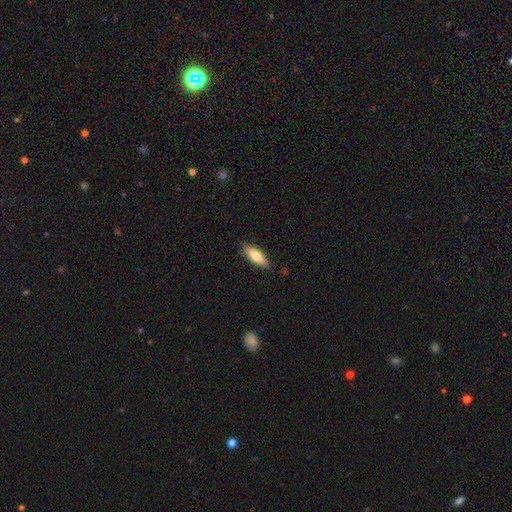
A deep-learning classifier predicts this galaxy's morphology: This appears to be a smooth galaxy with no disk features (73%) that is in between round and cigar-shaped (51%). Merging: none (84%).